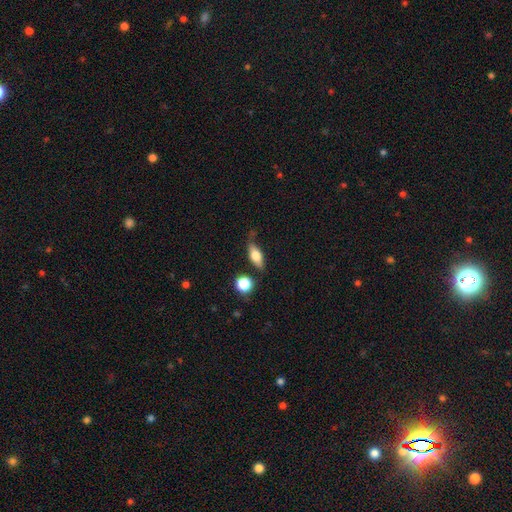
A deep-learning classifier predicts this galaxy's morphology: Smooth or featured: smooth — 66% (featured or disk — 26%)
How rounded: in between — 72% (cigar-shaped — 21%)
Merging: none — 67% (minor disturbance — 21%)